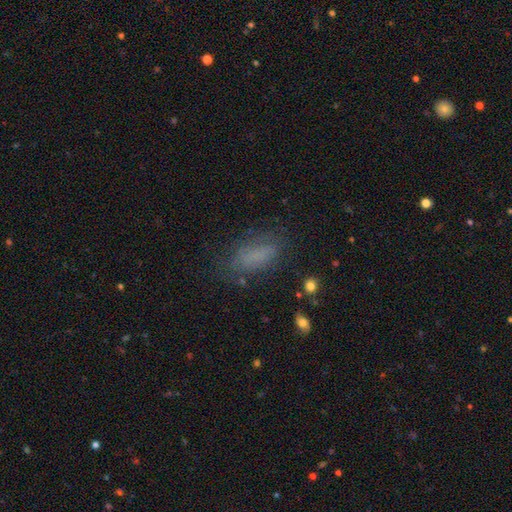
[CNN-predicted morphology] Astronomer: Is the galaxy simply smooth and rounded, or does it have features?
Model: smooth — 72%.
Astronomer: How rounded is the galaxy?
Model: in between — 77%.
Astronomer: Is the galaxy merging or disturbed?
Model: none — 66%.